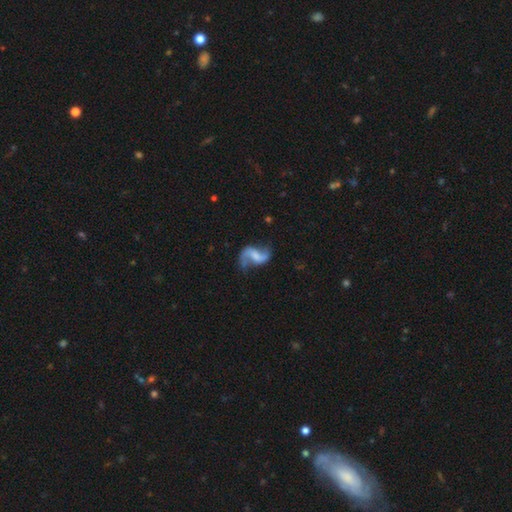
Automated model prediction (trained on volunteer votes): Morphology: type=featured or disk (85%); edge-on=no (98%); bar=weak (47%); spiral arms=yes (95%); winding=loose (74%); arm count=2 (91%); bulge=none (36%); merging=none (68%).